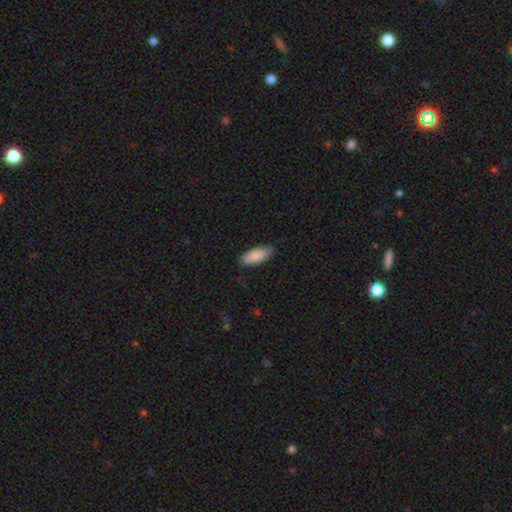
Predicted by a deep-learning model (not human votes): smooth-or-featured: smooth: 88% | featured or disk: 7% | star or artifact: 6%
  how-rounded: in between: 82% | cigar-shaped: 17% | round: 2%
  merging: none: 82% | minor disturbance: 15% | major disturbance: 2% | merger: 1%